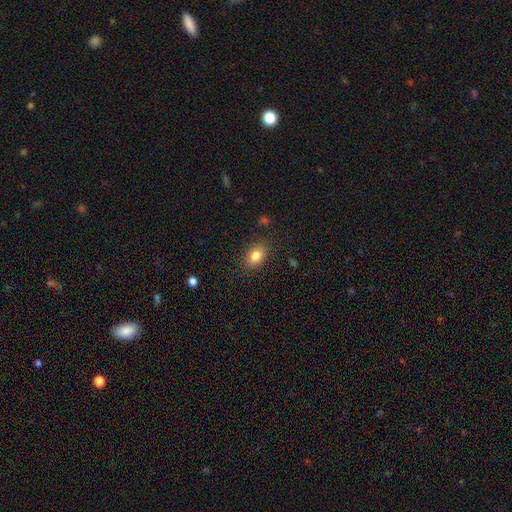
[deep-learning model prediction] smooth_or_featured: smooth (p=0.82) [alt: star or artifact p=0.09]
how_rounded: in between (p=0.77) [alt: round p=0.22]
merging: none (p=0.85) [alt: minor disturbance p=0.11]